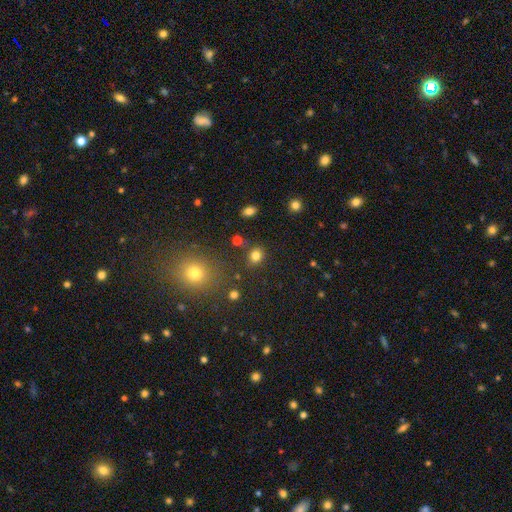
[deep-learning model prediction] A smooth galaxy with no disk features (80%) that is round (67%).

Vote fractions:
- Smooth or featured? smooth: 80% / star or artifact: 14% / featured or disk: 6%
- How rounded? round: 67% / in between: 32% / cigar-shaped: 1%
- Merging? none: 80% / minor disturbance: 11% / merger: 5% / major disturbance: 4%